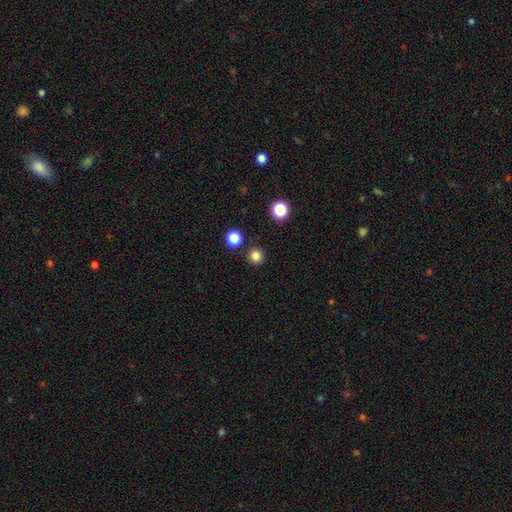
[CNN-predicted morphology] Overall: smooth (82%). How rounded: round (95%). Merging: none (90%).